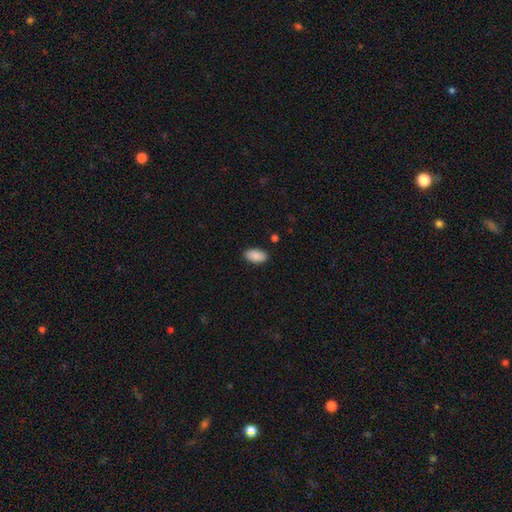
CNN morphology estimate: A smooth galaxy with no disk features (89%) that is in between round and cigar-shaped (94%).

Vote fractions:
- Smooth or featured? smooth: 89% / star or artifact: 7% / featured or disk: 4%
- How rounded? in between: 94% / round: 3% / cigar-shaped: 3%
- Merging? none: 87% / minor disturbance: 9% / major disturbance: 2% / merger: 1%